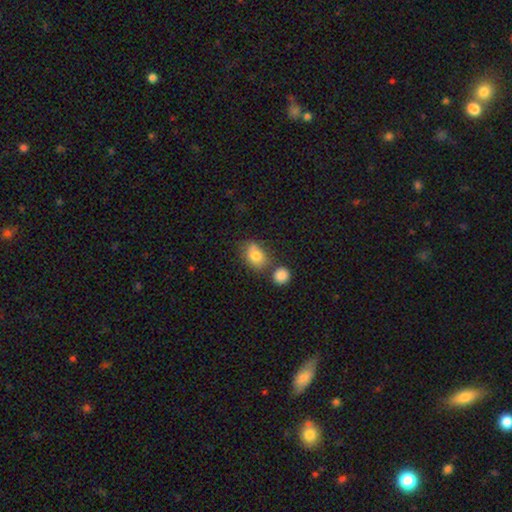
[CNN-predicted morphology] This appears to be a smooth galaxy with no disk features (79%) that is in between round and cigar-shaped (67%). Merging: none (56%).